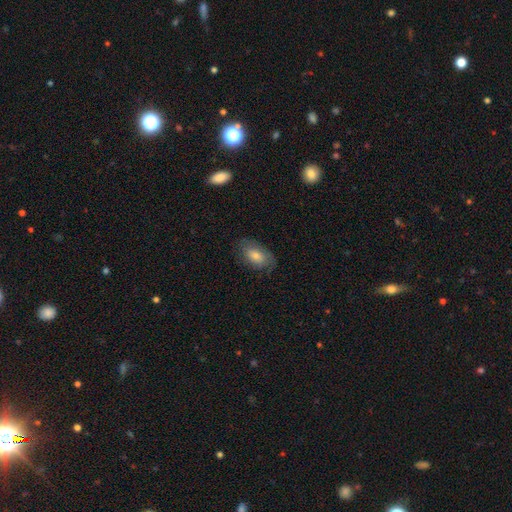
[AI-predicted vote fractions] The model was most divided on "smooth or featured": smooth: 62%, featured or disk: 29%, star or artifact: 9%. More confident: how rounded — in between (91%); merging — none (75%).